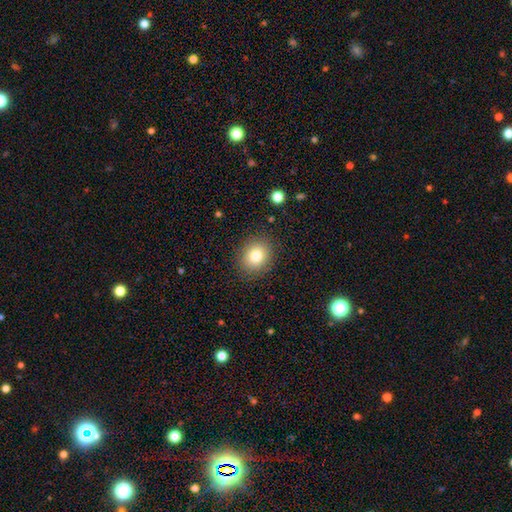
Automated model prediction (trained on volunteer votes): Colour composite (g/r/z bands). It shows a smooth galaxy with no disk features (80%) that is round (65%). Merging: none (87%).